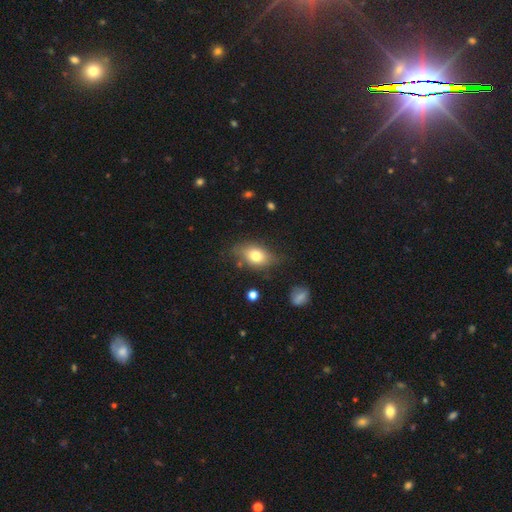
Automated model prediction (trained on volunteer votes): This is likely a smooth galaxy (75%). How rounded: clearly in between (81%). Merging: likely none (68%).